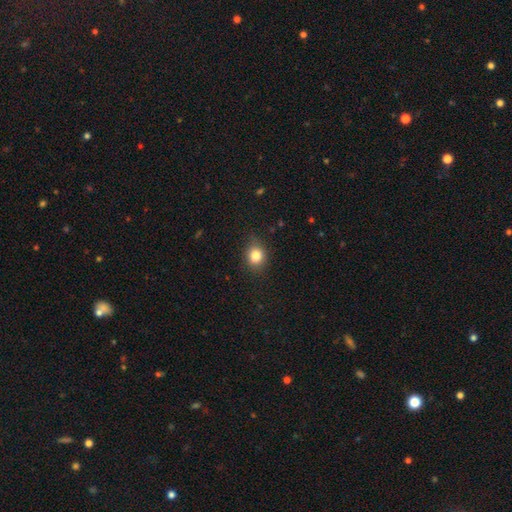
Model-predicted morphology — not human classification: Q: Smooth or featured?
A: smooth (83%); runner-up: star or artifact (11%)
Q: How rounded?
A: round (70%); runner-up: in between (29%)
Q: Merging?
A: none (79%); runner-up: minor disturbance (16%)